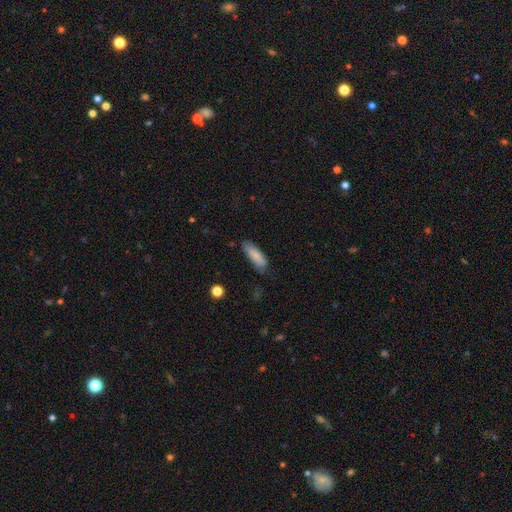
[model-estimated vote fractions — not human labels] Smooth or featured? Predicted: smooth (p=0.84). How rounded? Predicted: cigar-shaped (p=0.50). Merging? Predicted: none (p=0.75).